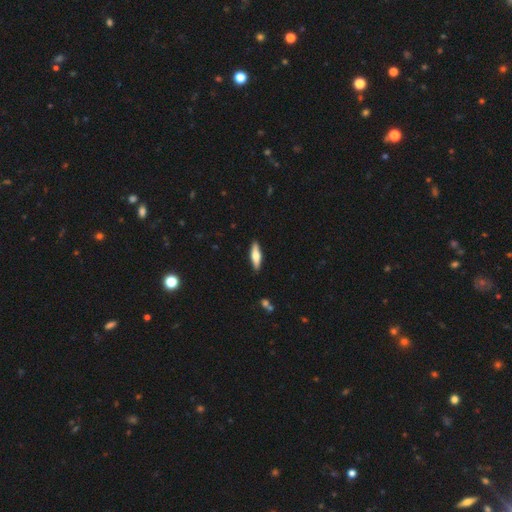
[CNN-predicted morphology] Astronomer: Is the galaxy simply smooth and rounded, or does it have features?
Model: smooth — 60%.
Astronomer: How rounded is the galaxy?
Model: cigar-shaped — 58% (runner-up: in between, 40%).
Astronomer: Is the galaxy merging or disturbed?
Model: none — 89%.